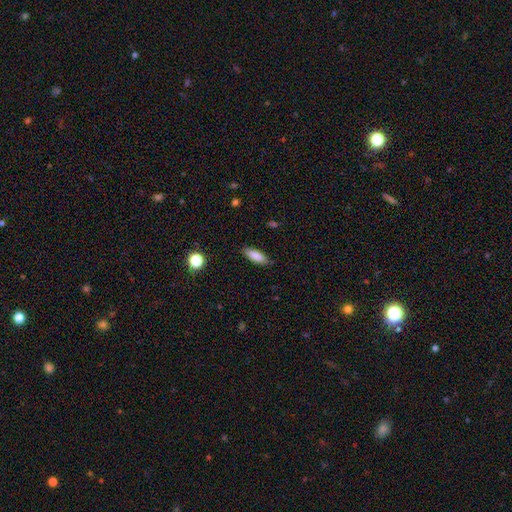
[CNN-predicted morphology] type=smooth (86%); roundness=in between (65%); merging=none (86%).